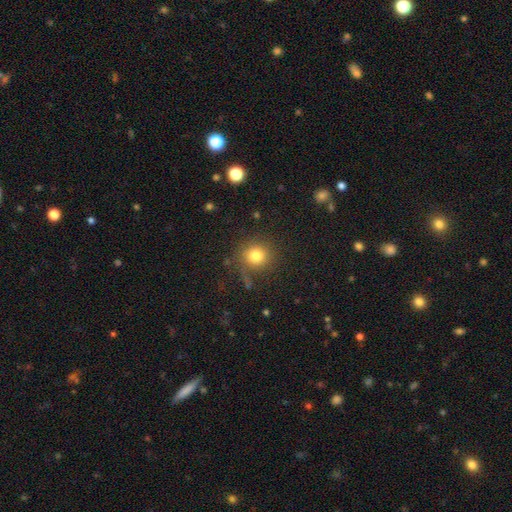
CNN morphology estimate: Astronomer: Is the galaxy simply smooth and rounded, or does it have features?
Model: smooth — 79%.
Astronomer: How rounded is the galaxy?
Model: round — 91%.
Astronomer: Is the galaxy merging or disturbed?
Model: none — 80%.